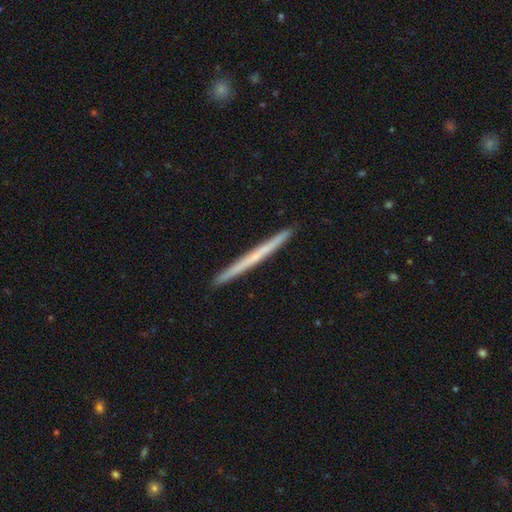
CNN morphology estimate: Q: Smooth or featured?
A: featured or disk (51%); runner-up: smooth (43%)
Q: Edge-on disk?
A: yes (98%); runner-up: no (2%)
Q: Edge-on bulge?
A: none (87%); runner-up: rounded (11%)
Q: Merging?
A: none (93%); runner-up: minor disturbance (5%)